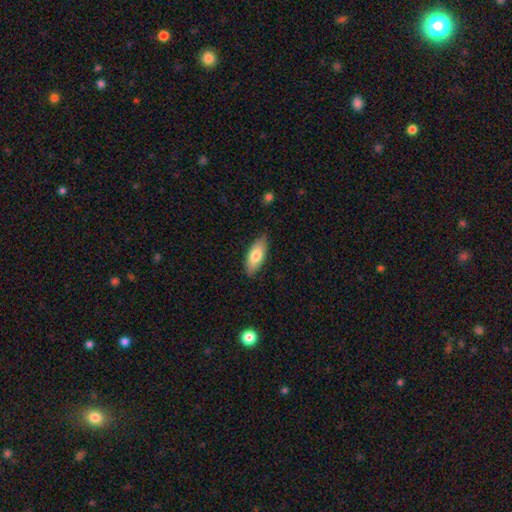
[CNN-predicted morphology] This appears to be a smooth galaxy with no disk features (75%) that is in between round and cigar-shaped (81%). Merging: none (83%).